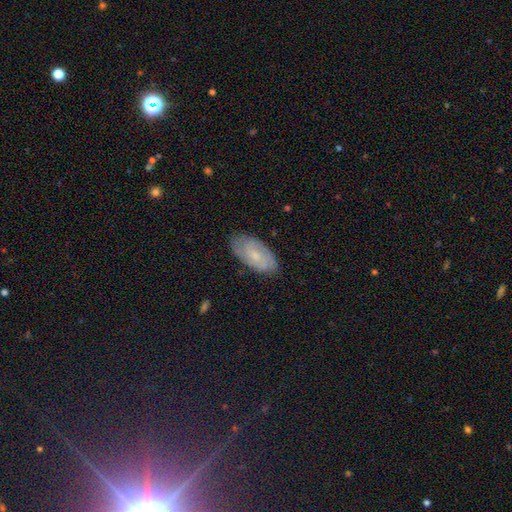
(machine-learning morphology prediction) Smooth or featured: featured or disk — 55% (smooth — 37%)
Edge-on disk: no — 93% (yes — 7%)
Bar: no — 65% (weak — 30%)
Spiral arms: yes — 81% (no — 19%)
Bulge size: small — 66% (moderate — 26%)
Merging: none — 77% (minor disturbance — 18%)